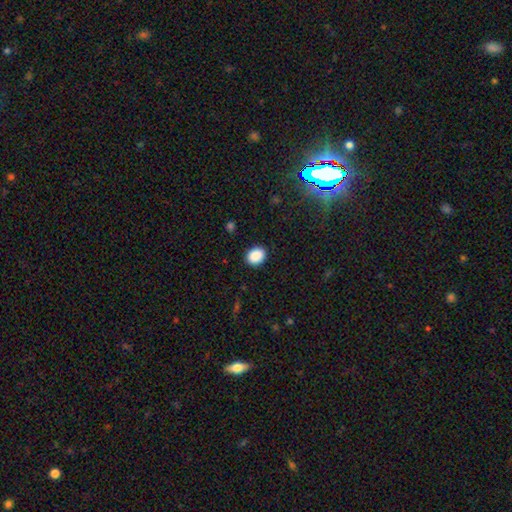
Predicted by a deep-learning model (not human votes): A smooth galaxy with no disk features (89%) that is round (53%). Merging: none (90%).